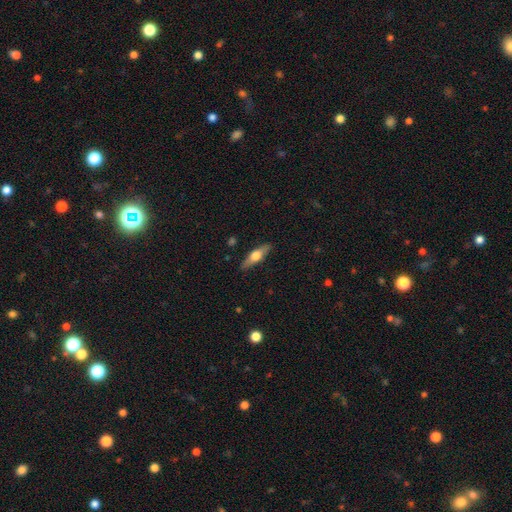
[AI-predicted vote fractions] A featured or disk galaxy (53%) viewed edge-on (92%). Merging: none (88%).